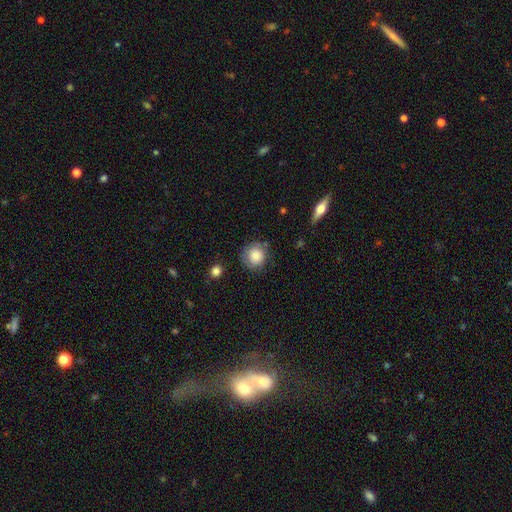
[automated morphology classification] type=smooth (79%); roundness=round (90%); merging=none (74%).